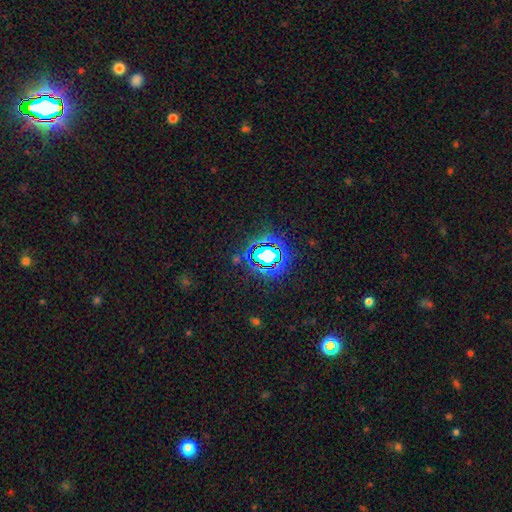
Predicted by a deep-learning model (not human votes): Smooth or featured? Predicted: star or artifact (p=0.79).